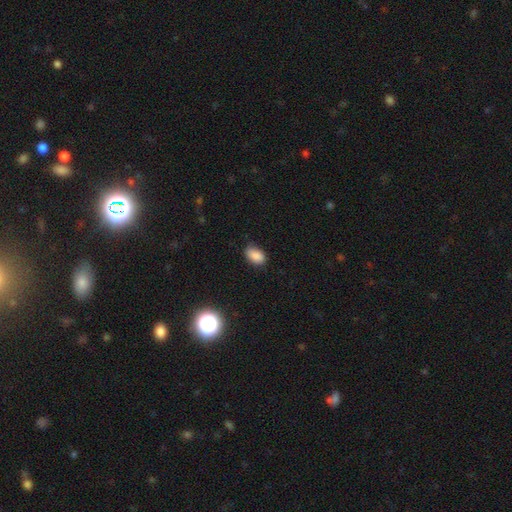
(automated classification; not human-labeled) smooth-or-featured: smooth: 86% | star or artifact: 10% | featured or disk: 4%
  how-rounded: in between: 88% | round: 11% | cigar-shaped: 1%
  merging: none: 77% | minor disturbance: 18% | major disturbance: 3% | merger: 1%